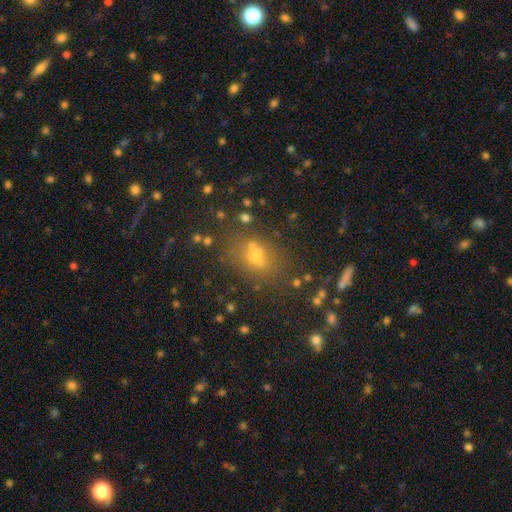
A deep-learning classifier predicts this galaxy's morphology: Overall: smooth (57%; star or artifact 28%). How rounded: in between (59%; round 38%). Merging: none (62%).